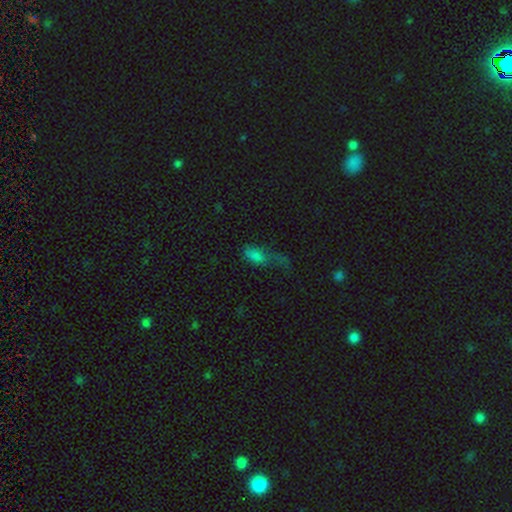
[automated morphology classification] Smooth or featured?
  - smooth: 70% *
  - star or artifact: 16%
  - featured or disk: 13%
How rounded?
  - in between: 80% *
  - cigar-shaped: 14%
  - round: 6%
Merging?
  - major disturbance: 49% *
  - none: 22%
  - minor disturbance: 21%
  - merger: 8%